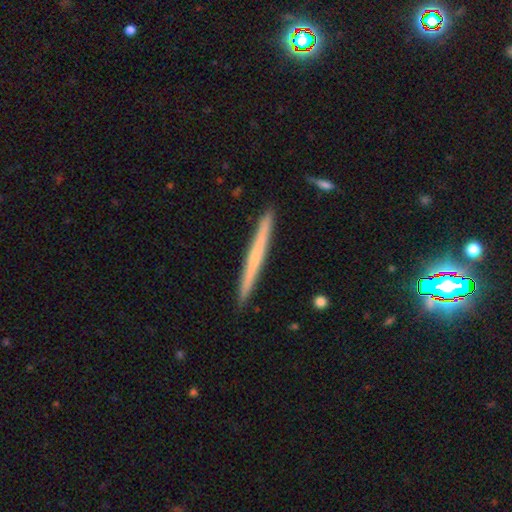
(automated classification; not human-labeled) Smooth or featured? Predicted: smooth (p=0.49). Merging? Predicted: none (p=0.93).